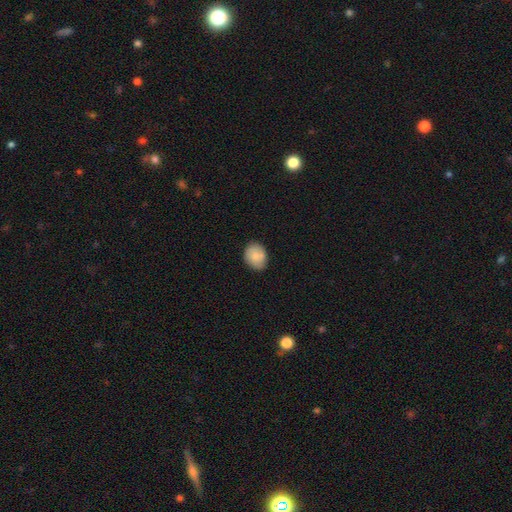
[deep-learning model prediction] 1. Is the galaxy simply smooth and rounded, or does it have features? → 81% smooth, 12% featured or disk, 7% star or artifact.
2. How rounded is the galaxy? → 50% in between, 49% round, 1% cigar-shaped.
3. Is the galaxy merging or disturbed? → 81% none, 15% minor disturbance, 3% major disturbance, 1% merger.